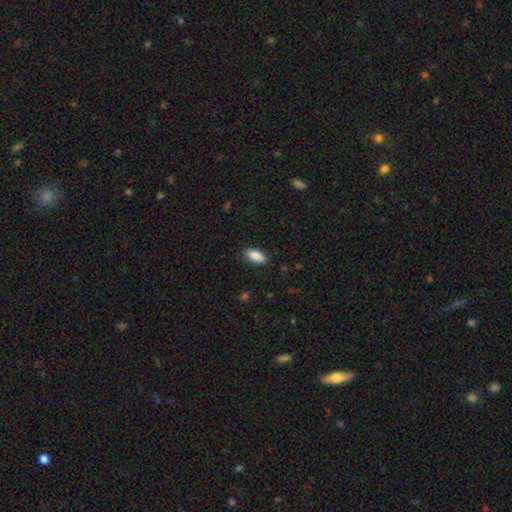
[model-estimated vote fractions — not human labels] This appears to be a smooth galaxy with no disk features (89%) that is in between round and cigar-shaped (88%). Merging: none (83%).